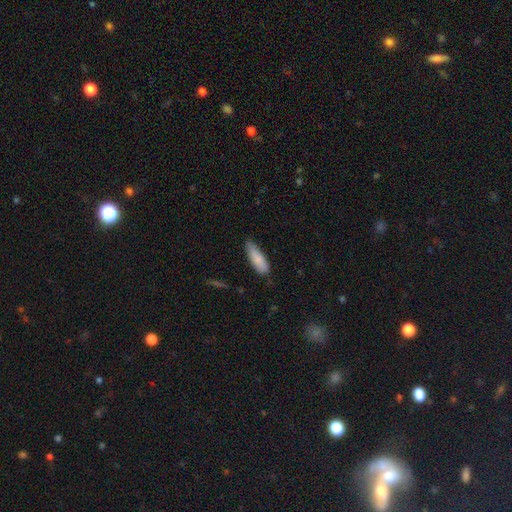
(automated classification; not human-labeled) This is clearly a smooth galaxy (83%). How rounded: possibly cigar-shaped (52%). Merging: likely none (70%).